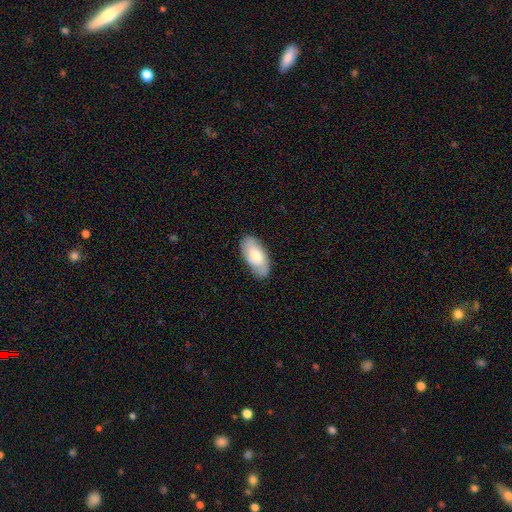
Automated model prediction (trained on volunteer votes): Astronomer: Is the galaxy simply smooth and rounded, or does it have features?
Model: smooth — 64%.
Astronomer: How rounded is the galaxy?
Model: in between — 93%.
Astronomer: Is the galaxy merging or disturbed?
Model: none — 80%.